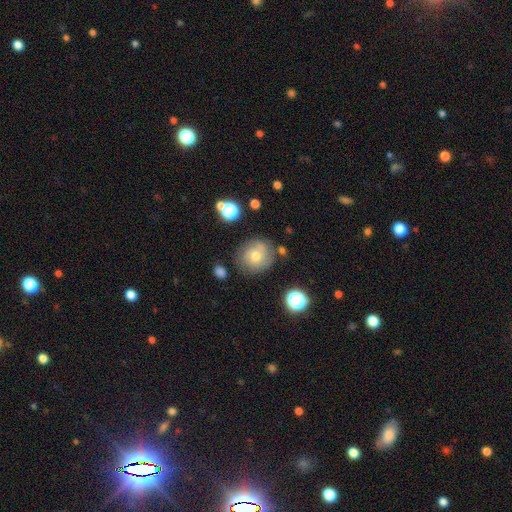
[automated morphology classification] The model was most divided on "smooth or featured" (2-way tie): featured or disk: 43%, smooth: 43%, star or artifact: 14%. More confident: merging — none (75%).